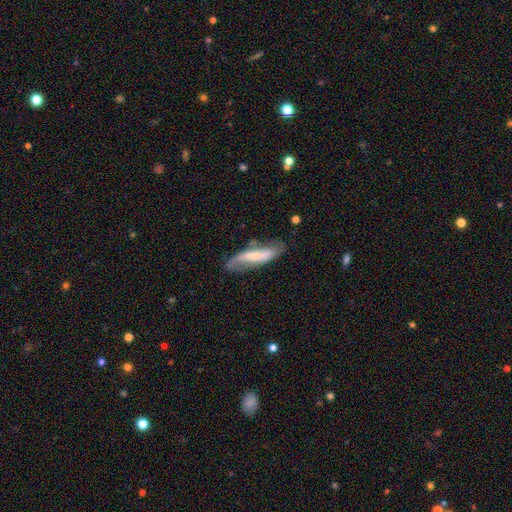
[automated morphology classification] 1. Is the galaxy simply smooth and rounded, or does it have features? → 62% featured or disk, 32% smooth, 7% star or artifact.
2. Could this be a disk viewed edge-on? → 77% no, 23% yes.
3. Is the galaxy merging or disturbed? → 62% none, 24% minor disturbance, 10% major disturbance, 4% merger.